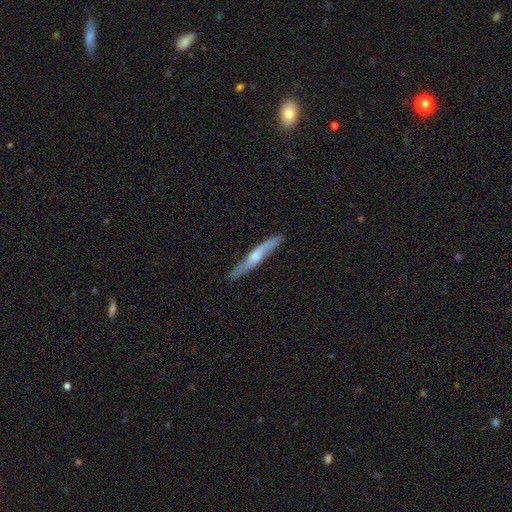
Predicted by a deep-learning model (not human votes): The model was most divided on "smooth or featured": featured or disk: 64%, smooth: 30%, star or artifact: 5%. More confident: edge-on disk — yes (88%); merging — none (87%); edge-on bulge — rounded (81%).